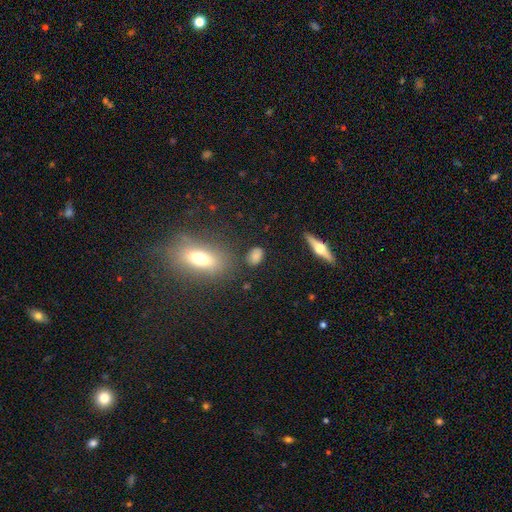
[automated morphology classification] Overall: smooth (75%). How rounded: in between (74%). Merging: none (76%).